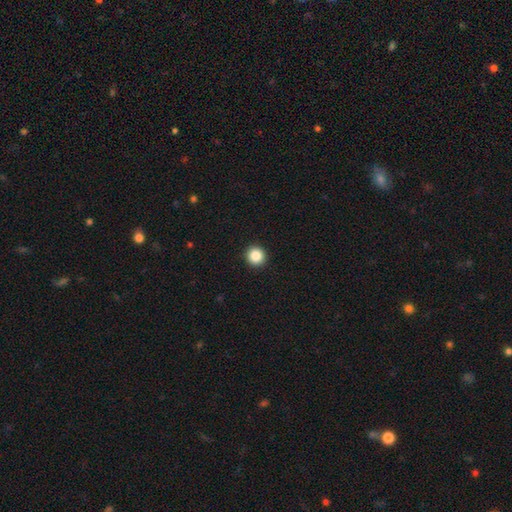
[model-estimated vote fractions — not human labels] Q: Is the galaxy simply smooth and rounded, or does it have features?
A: smooth — 87%.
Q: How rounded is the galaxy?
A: round — 95%.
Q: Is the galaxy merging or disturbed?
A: none — 93%.